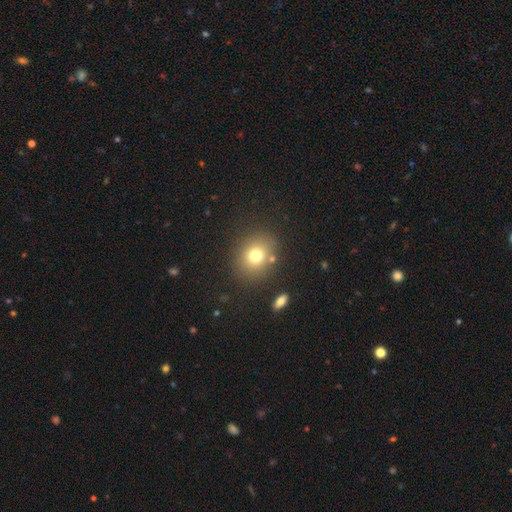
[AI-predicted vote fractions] This appears to be a smooth galaxy with no disk features (74%) that is round (71%). Merging: none (81%).